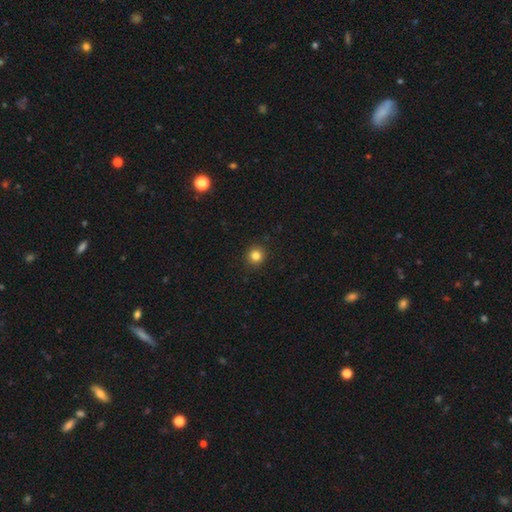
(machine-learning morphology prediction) smooth_or_featured: smooth (p=0.83) [alt: star or artifact p=0.12]
how_rounded: round (p=0.93) [alt: in between p=0.06]
merging: none (p=0.92) [alt: minor disturbance p=0.05]